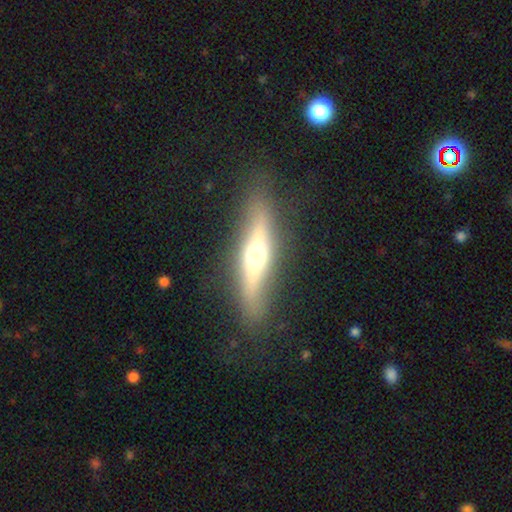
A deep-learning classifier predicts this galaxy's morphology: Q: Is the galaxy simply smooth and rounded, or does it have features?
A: featured or disk — 62%.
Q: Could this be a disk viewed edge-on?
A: yes — 88%.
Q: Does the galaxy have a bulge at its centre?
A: rounded — 90%.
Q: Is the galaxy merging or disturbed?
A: none — 84%.